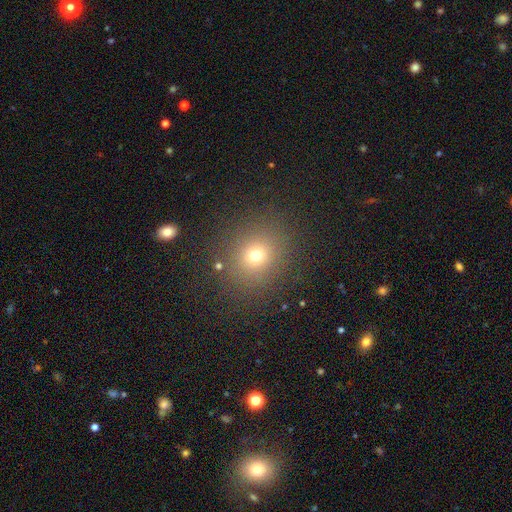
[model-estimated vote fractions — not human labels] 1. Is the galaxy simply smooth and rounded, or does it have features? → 69% smooth, 22% star or artifact, 9% featured or disk.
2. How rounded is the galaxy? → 81% round, 18% in between, 1% cigar-shaped.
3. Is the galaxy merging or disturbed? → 86% none, 8% minor disturbance, 4% major disturbance, 2% merger.